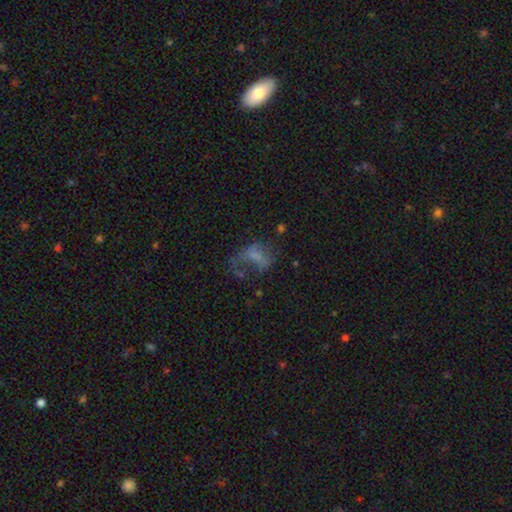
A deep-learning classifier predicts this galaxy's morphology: This appears to be a featured or disk galaxy (41%). Merging: major disturbance (48%).